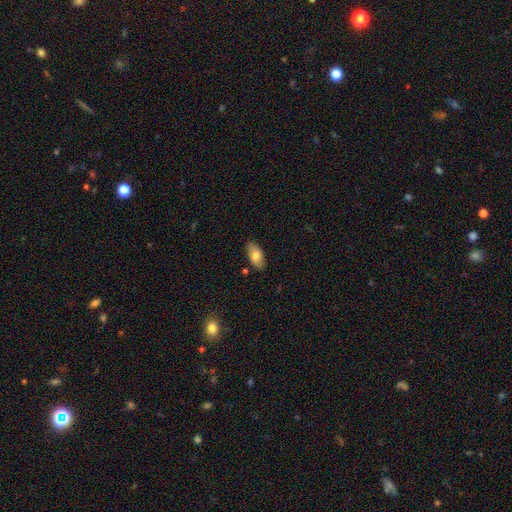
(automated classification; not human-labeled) This is likely a smooth galaxy (76%). How rounded: clearly in between (92%). Merging: clearly none (84%).